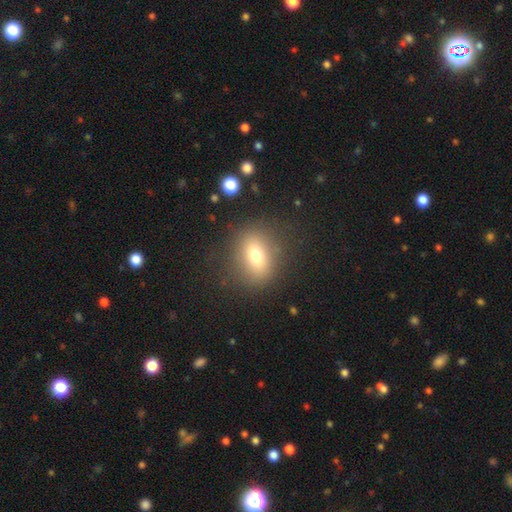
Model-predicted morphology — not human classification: type=smooth (71%); roundness=in between (54%); merging=none (83%).